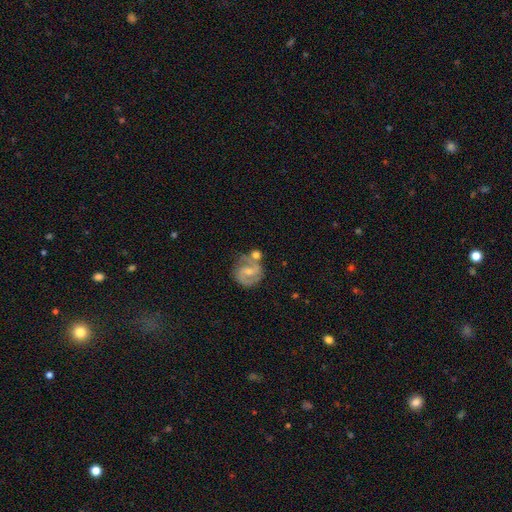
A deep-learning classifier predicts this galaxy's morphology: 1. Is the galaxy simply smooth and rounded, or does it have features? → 69% featured or disk, 24% smooth, 7% star or artifact.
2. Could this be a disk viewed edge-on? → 97% no, 3% yes.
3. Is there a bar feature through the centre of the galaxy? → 50% weak, 31% no, 18% strong.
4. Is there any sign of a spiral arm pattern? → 89% yes, 11% no.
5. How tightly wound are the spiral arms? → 52% medium, 28% tight, 21% loose.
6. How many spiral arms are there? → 85% 2, 7% can't tell, 3% 1, 3% 3, 1% 4, 1% more than 4.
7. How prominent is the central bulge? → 52% small, 39% moderate, 5% none, 2% large, 1% dominant.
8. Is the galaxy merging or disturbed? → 54% none, 23% merger, 16% minor disturbance, 6% major disturbance.